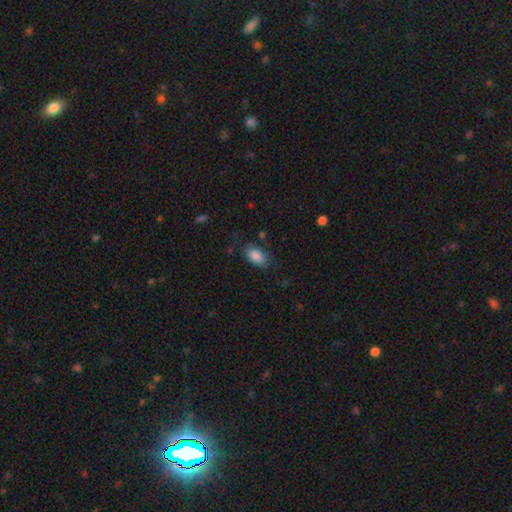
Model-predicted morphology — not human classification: Smooth or featured? Predicted: smooth (p=0.87). How rounded? Predicted: in between (p=0.92). Merging? Predicted: none (p=0.72).